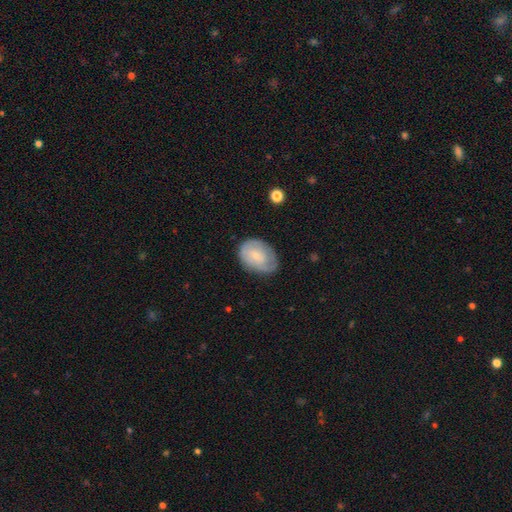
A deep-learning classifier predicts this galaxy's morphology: This is possibly a smooth galaxy (53%). How rounded: likely in between (74%). Merging: likely none (66%).